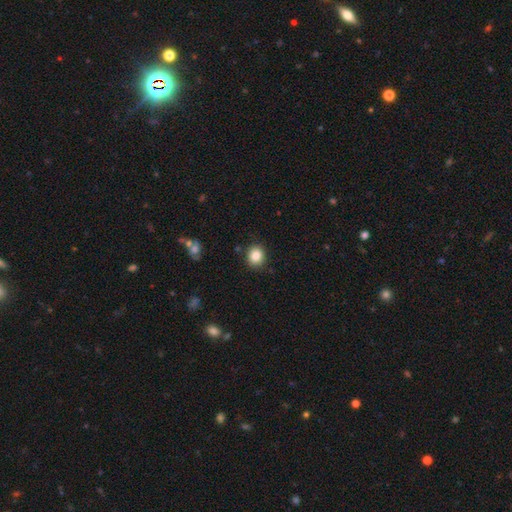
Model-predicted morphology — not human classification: A smooth galaxy with no disk features (84%) that is round (70%).

Vote fractions:
- Smooth or featured? smooth: 84% / star or artifact: 10% / featured or disk: 6%
- How rounded? round: 70% / in between: 29% / cigar-shaped: 1%
- Merging? none: 88% / minor disturbance: 8% / major disturbance: 2% / merger: 2%